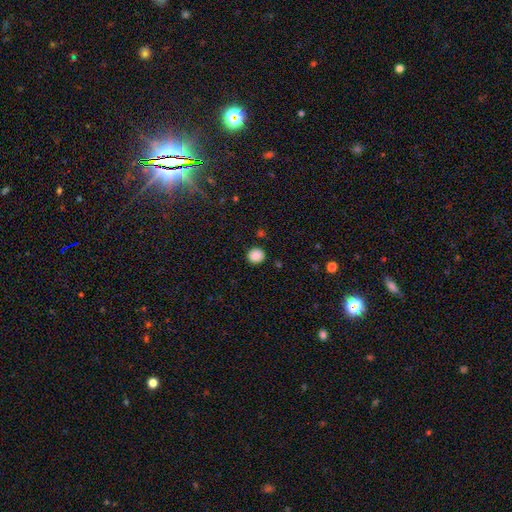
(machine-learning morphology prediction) The model was most divided on "how rounded": round: 86%, in between: 13%, cigar-shaped: 1%. More confident: merging — none (90%); smooth or featured — smooth (88%).